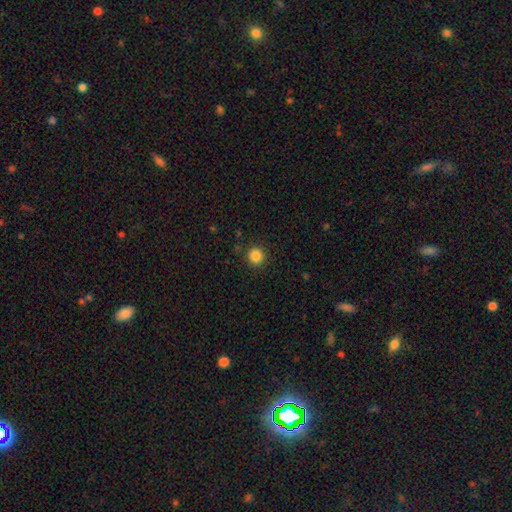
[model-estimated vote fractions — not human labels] A smooth galaxy with no disk features (85%) that is round (95%).

Vote fractions:
- Smooth or featured? smooth: 85% / star or artifact: 11% / featured or disk: 3%
- How rounded? round: 95% / in between: 4% / cigar-shaped: 1%
- Merging? none: 91% / minor disturbance: 6% / major disturbance: 2% / merger: 1%